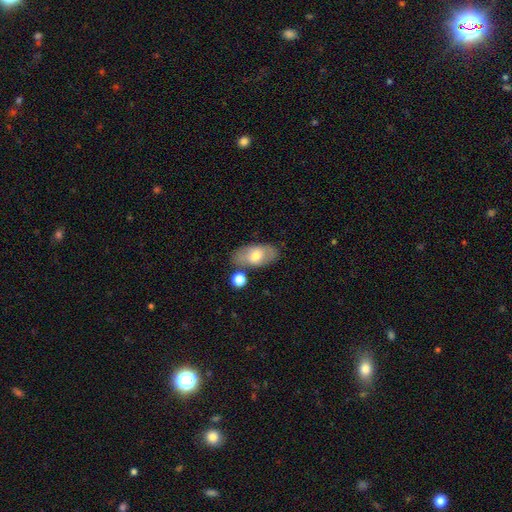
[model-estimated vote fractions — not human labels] Smooth or featured? smooth (64%)
How rounded? in between (92%)
Merging? none (71%)